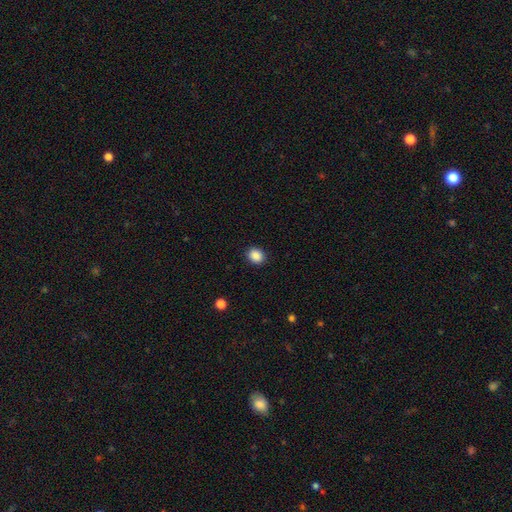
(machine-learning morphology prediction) Q: Smooth or featured?
A: smooth (89%); runner-up: star or artifact (9%)
Q: How rounded?
A: round (61%); runner-up: in between (38%)
Q: Merging?
A: none (91%); runner-up: minor disturbance (6%)